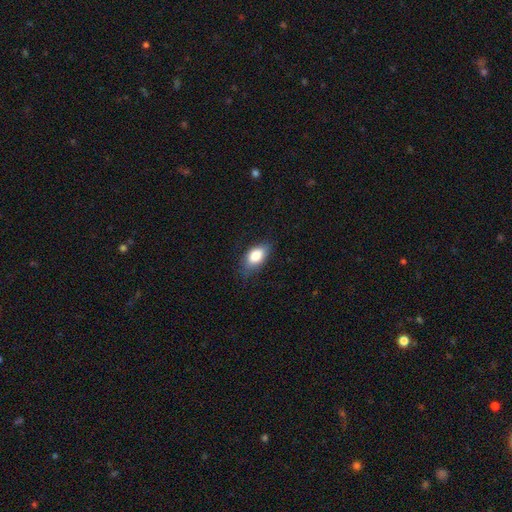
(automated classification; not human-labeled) Smooth or featured? Predicted: smooth (p=0.81). How rounded? Predicted: in between (p=0.89). Merging? Predicted: none (p=0.74).